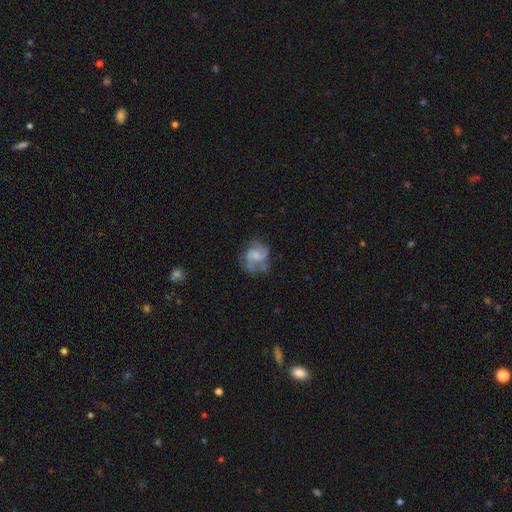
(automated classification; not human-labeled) Smooth or featured: featured or disk — 66% (smooth — 26%)
Edge-on disk: no — 98% (yes — 2%)
Bar: no — 53% (weak — 38%)
Spiral arms: yes — 87% (no — 13%)
Spiral winding: medium — 49% (loose — 31%)
Spiral arm count: 2 — 58% (3 — 19%)
Bulge size: small — 34% (tied with none — 34%)
Merging: none — 57% (minor disturbance — 23%)